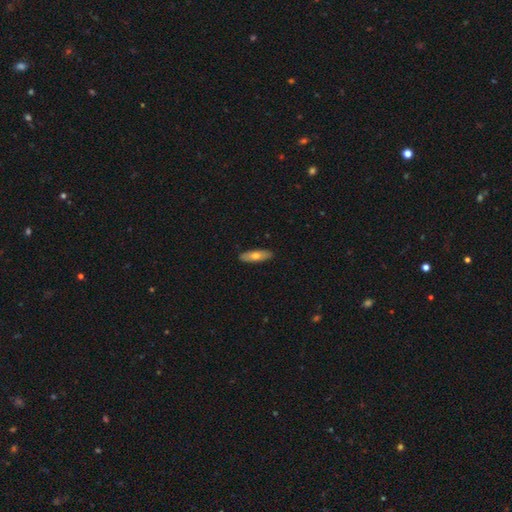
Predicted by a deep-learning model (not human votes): Smooth or featured? Predicted: smooth (p=0.66). How rounded? Predicted: in between (p=0.54). Merging? Predicted: none (p=0.90).